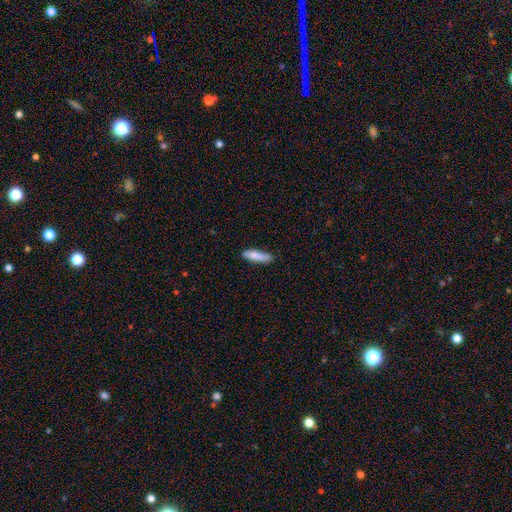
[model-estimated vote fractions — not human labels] Smooth or featured?
  - smooth: 83% *
  - featured or disk: 12%
  - star or artifact: 6%
How rounded?
  - cigar-shaped: 73% *
  - in between: 25%
  - round: 2%
Merging?
  - none: 82% *
  - minor disturbance: 14%
  - major disturbance: 2%
  - merger: 2%